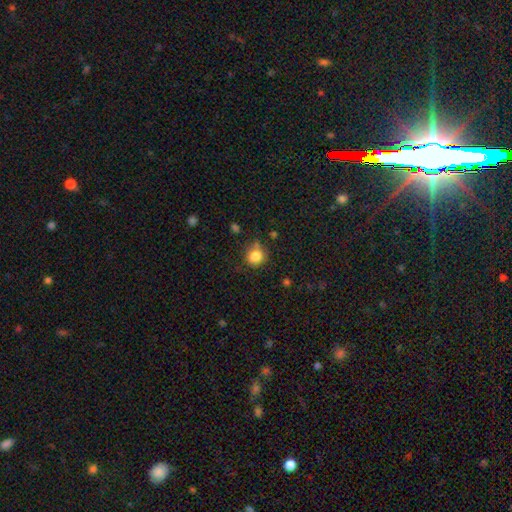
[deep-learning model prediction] This is clearly a smooth galaxy (83%). How rounded: clearly round (81%). Merging: likely none (71%).